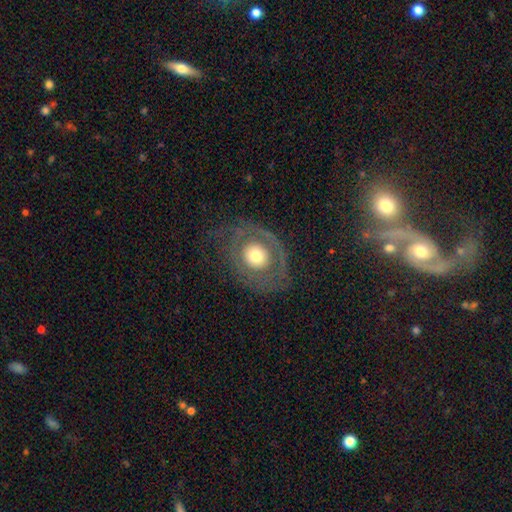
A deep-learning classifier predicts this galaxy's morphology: The model was most divided on "smooth or featured": featured or disk: 49%, smooth: 43%, star or artifact: 7%. More confident: merging — none (68%).